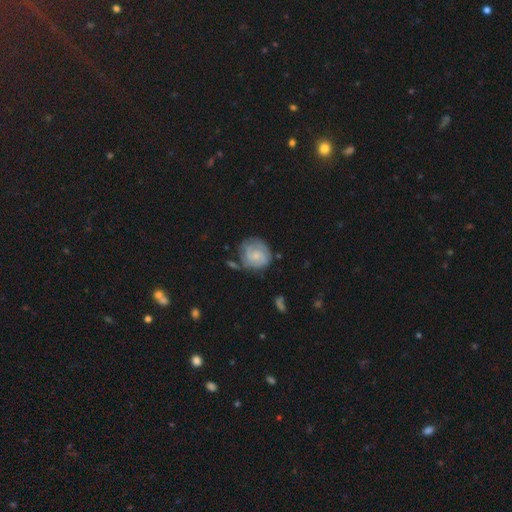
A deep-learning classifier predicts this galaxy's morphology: Smooth or featured? featured or disk (68%)
Edge-on disk? no (98%)
Bar? no (63%)
Spiral arms? yes (92%)
Spiral winding? tight (61%)
Spiral arm count? 2 (42%)
Bulge size? small (56%)
Merging? none (61%)